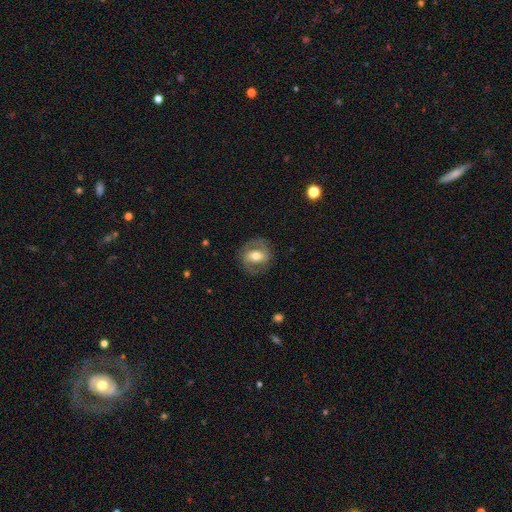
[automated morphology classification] A featured or disk galaxy (63%) with a weak bar (39%), spiral arms (73%) and a moderate central bulge (70%).

Vote fractions:
- Smooth or featured? featured or disk: 63% / smooth: 30% / star or artifact: 7%
- Edge-on disk? no: 96% / yes: 4%
- Bar? weak: 39% / no: 31% / strong: 30%
- Spiral arms? yes: 73% / no: 27%
- Bulge size? moderate: 70% / small: 18% / large: 10% / dominant: 1% / none: 1%
- Merging? none: 80% / minor disturbance: 12% / major disturbance: 7% / merger: 1%